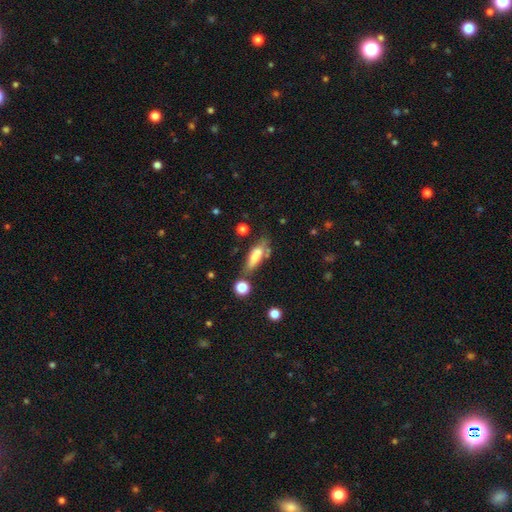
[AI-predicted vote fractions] Morphology: type=smooth (65%); roundness=in between (57%); merging=none (50%).